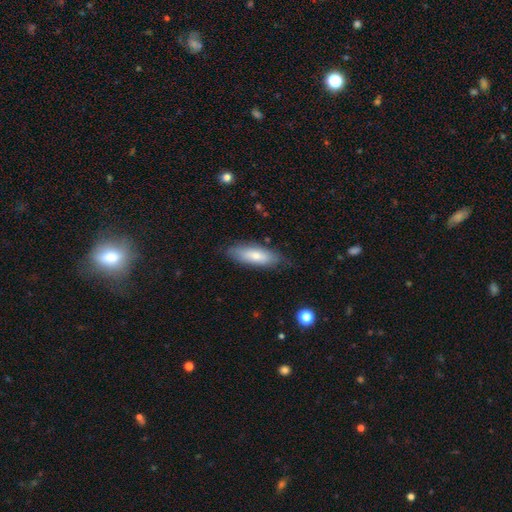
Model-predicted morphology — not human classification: Overall: smooth (72%). How rounded: in between (66%; cigar-shaped 32%). Merging: none (76%).